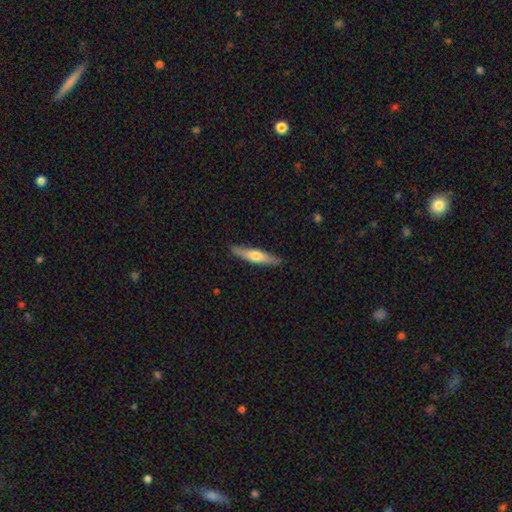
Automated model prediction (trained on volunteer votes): Q: Smooth or featured?
A: smooth (51%); runner-up: featured or disk (44%)
Q: How rounded?
A: cigar-shaped (86%); runner-up: in between (12%)
Q: Merging?
A: none (88%); runner-up: minor disturbance (9%)